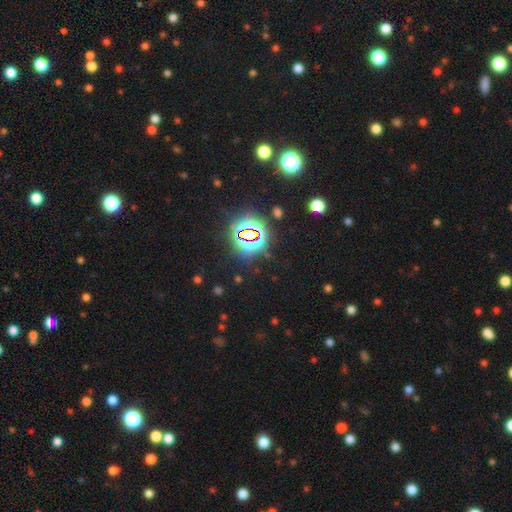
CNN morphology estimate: Overall: star or artifact (71%).